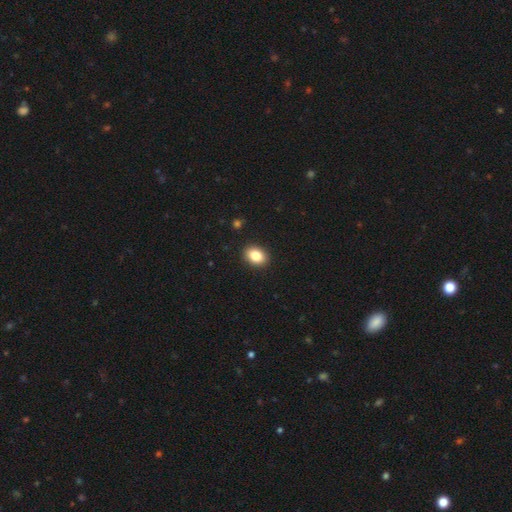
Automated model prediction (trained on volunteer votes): Smooth or featured?
  - smooth: 85% *
  - star or artifact: 9%
  - featured or disk: 7%
How rounded?
  - in between: 70% *
  - round: 29%
  - cigar-shaped: 1%
Merging?
  - none: 91% *
  - minor disturbance: 6%
  - major disturbance: 2%
  - merger: 1%